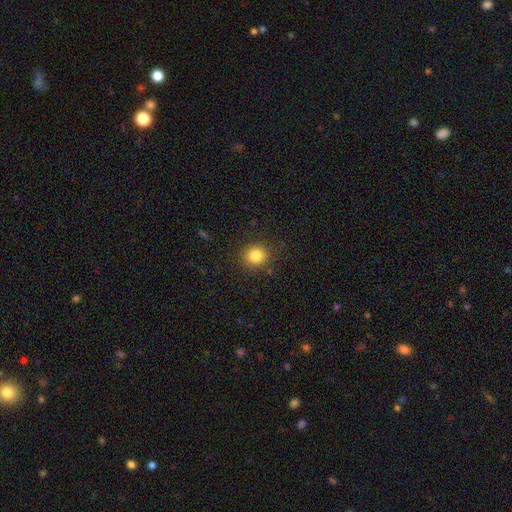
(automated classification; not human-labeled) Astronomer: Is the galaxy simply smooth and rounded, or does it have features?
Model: smooth — 83%.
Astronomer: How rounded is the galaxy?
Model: round — 84%.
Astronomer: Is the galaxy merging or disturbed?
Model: none — 87%.